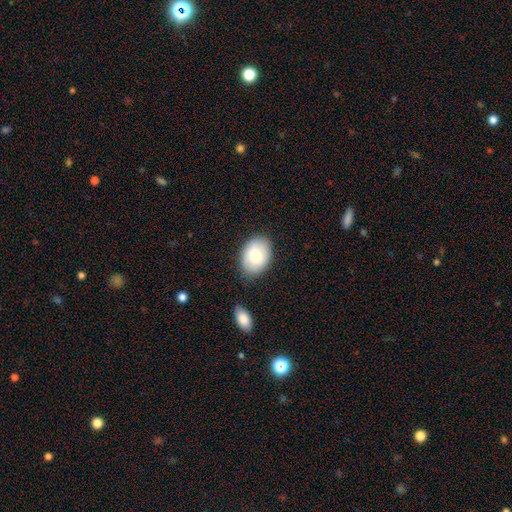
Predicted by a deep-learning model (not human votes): Smooth or featured? smooth (77%)
How rounded? in between (81%)
Merging? none (81%)